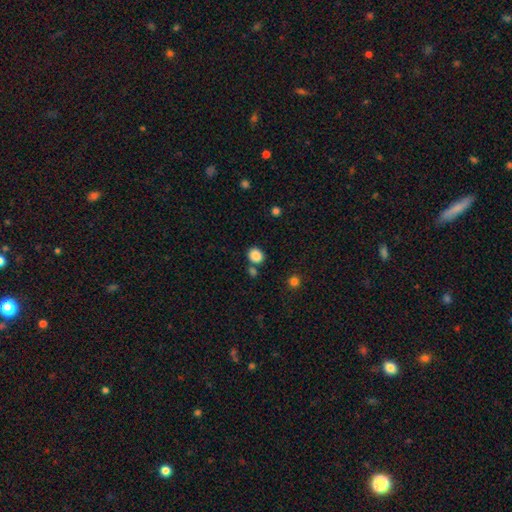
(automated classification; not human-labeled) This appears to be a smooth galaxy with no disk features (86%) that is round (64%). Merging: none (75%).